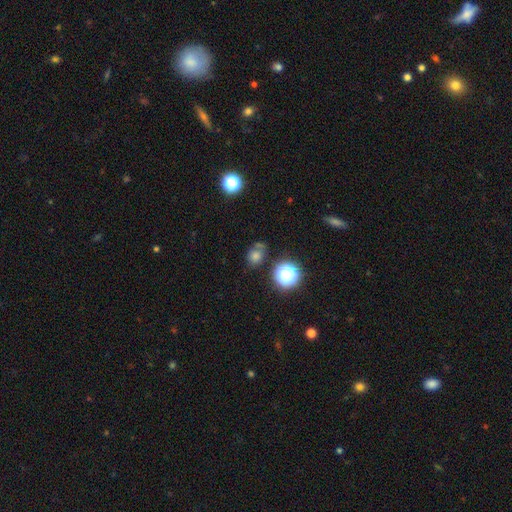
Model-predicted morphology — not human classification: Smooth or featured: smooth — 59% (star or artifact — 32%)
How rounded: round — 72% (in between — 27%)
Merging: none — 68% (minor disturbance — 14%)